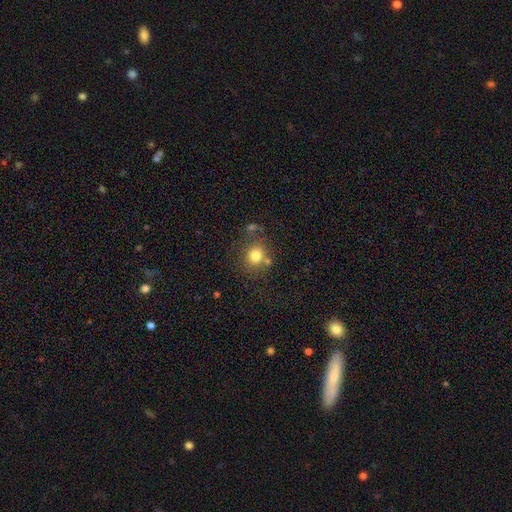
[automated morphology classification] This appears to be a smooth galaxy with no disk features (78%) that is round (83%). Merging: none (67%).